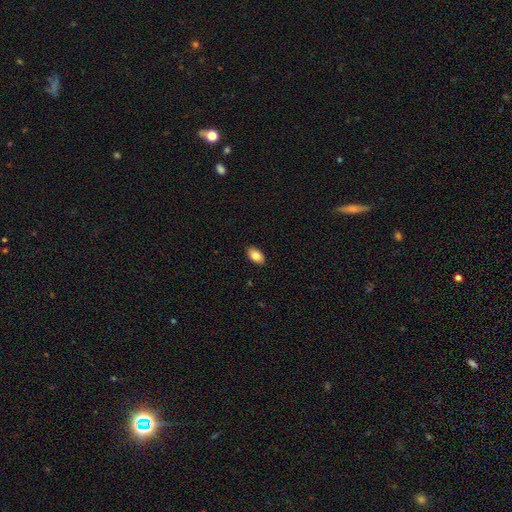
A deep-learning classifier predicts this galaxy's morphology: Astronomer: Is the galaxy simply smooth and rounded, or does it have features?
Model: smooth — 86%.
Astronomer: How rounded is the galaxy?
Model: in between — 92%.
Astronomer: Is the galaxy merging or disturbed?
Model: none — 89%.